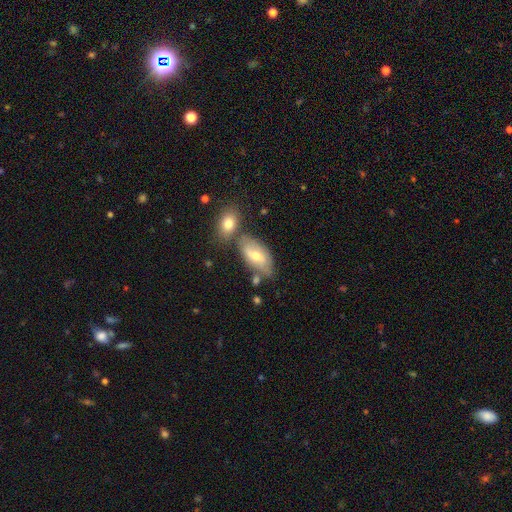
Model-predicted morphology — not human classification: Smooth or featured? Predicted: smooth (p=0.53). How rounded? Predicted: in between (p=0.91). Merging? Predicted: none (p=0.53).